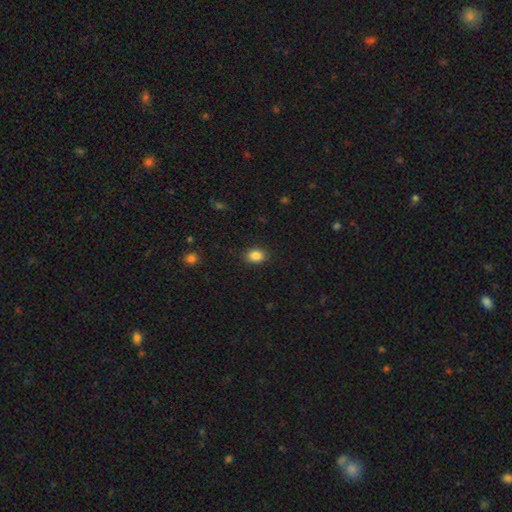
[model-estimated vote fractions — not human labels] A smooth galaxy with no disk features (86%) that is in between round and cigar-shaped (68%).

Vote fractions:
- Smooth or featured? smooth: 86% / star or artifact: 9% / featured or disk: 4%
- How rounded? in between: 68% / round: 31% / cigar-shaped: 1%
- Merging? none: 89% / minor disturbance: 8% / major disturbance: 2% / merger: 1%